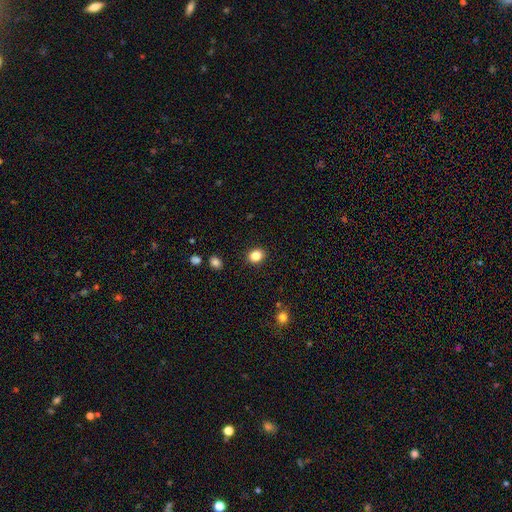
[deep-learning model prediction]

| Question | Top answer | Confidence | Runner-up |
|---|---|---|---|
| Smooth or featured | smooth | 85% | star or artifact (10%) |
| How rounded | round | 61% | in between (38%) |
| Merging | none | 90% | minor disturbance (6%) |